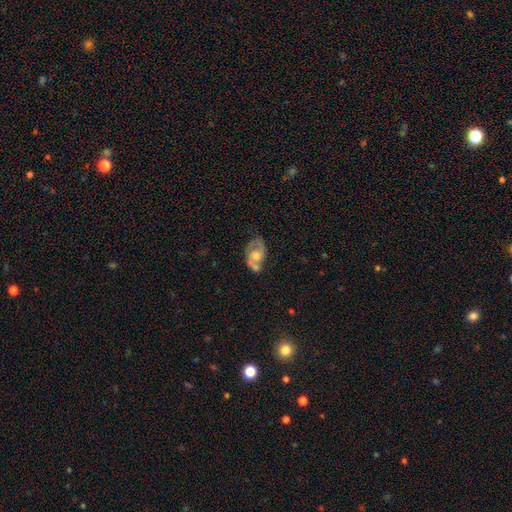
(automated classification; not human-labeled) Smooth or featured? Predicted: featured or disk (p=0.75). Edge-on disk? Predicted: no (p=0.96). Bar? Predicted: no (p=0.66). Spiral arms? Predicted: yes (p=0.86). Spiral winding? Predicted: medium (p=0.49). Spiral arm count? Predicted: 2 (p=0.80). Bulge size? Predicted: moderate (p=0.54). Merging? Predicted: none (p=0.51).